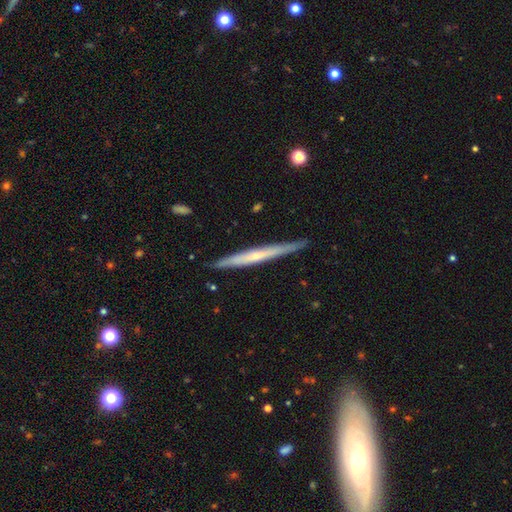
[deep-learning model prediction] featured or disk 60%, smooth 34%, star or artifact 5%. Down the decision tree: edge-on disk — yes (96%); edge-on bulge — none (58%); merging — none (89%).